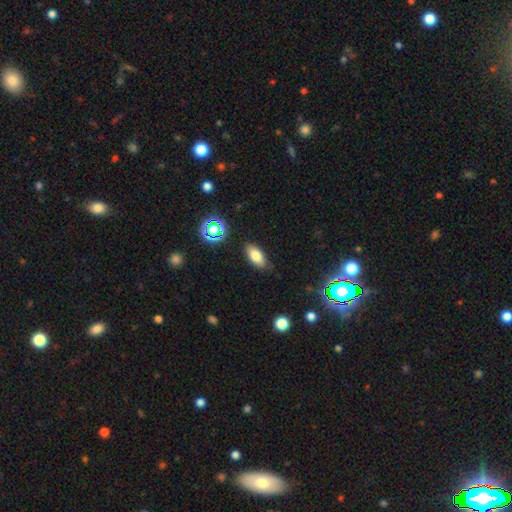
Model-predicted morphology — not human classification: This appears to be a smooth galaxy with no disk features (79%) that is in between round and cigar-shaped (87%). Merging: none (83%).